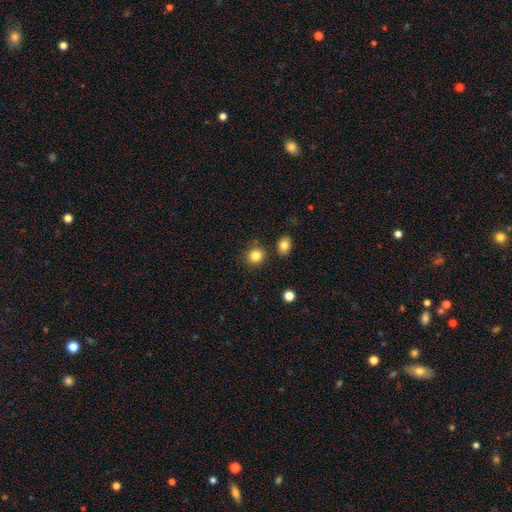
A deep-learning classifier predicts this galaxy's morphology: A smooth galaxy with no disk features (84%) that is round (85%). Merging: none (83%).